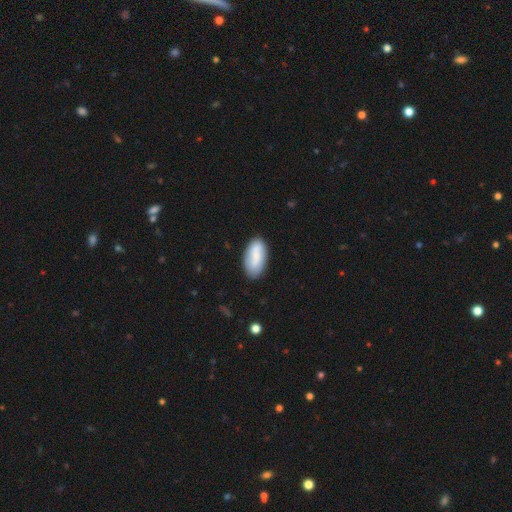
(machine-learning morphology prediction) Smooth or featured?
  - smooth: 73% *
  - featured or disk: 21%
  - star or artifact: 6%
How rounded?
  - in between: 92% *
  - cigar-shaped: 6%
  - round: 2%
Merging?
  - none: 80% *
  - minor disturbance: 14%
  - major disturbance: 3%
  - merger: 2%